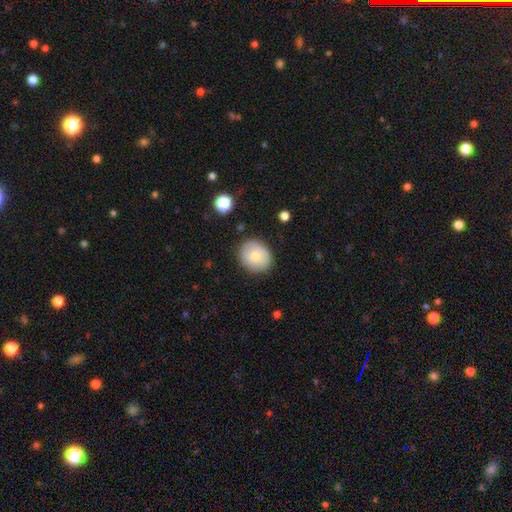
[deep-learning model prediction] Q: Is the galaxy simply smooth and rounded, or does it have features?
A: smooth — 71%.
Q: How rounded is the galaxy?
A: round — 70%.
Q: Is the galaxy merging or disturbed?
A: none — 85%.